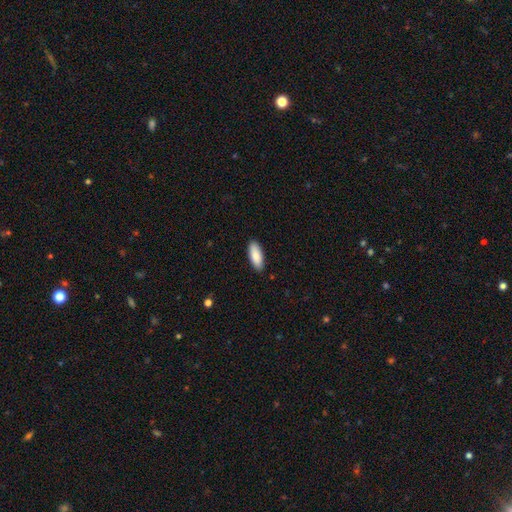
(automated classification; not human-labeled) smooth-or-featured: smooth: 87% | featured or disk: 7% | star or artifact: 6%
  how-rounded: in between: 79% | cigar-shaped: 19% | round: 2%
  merging: none: 89% | minor disturbance: 8% | major disturbance: 2% | merger: 1%